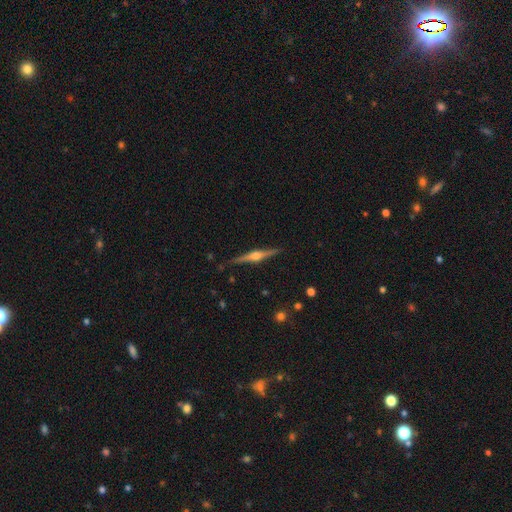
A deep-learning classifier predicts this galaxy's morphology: Smooth or featured? featured or disk (81%)
Edge-on disk? yes (98%)
Edge-on bulge? rounded (93%)
Merging? none (89%)